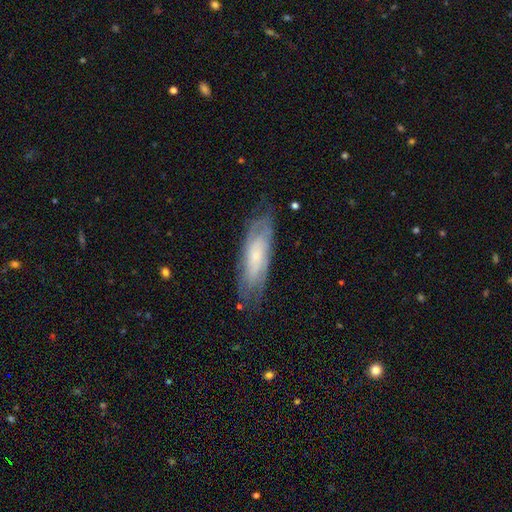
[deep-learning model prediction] smooth-or-featured: featured or disk: 62% | smooth: 31% | star or artifact: 8%
  disk-edge-on: no: 74% | yes: 26%
  merging: none: 73% | minor disturbance: 20% | major disturbance: 6% | merger: 1%